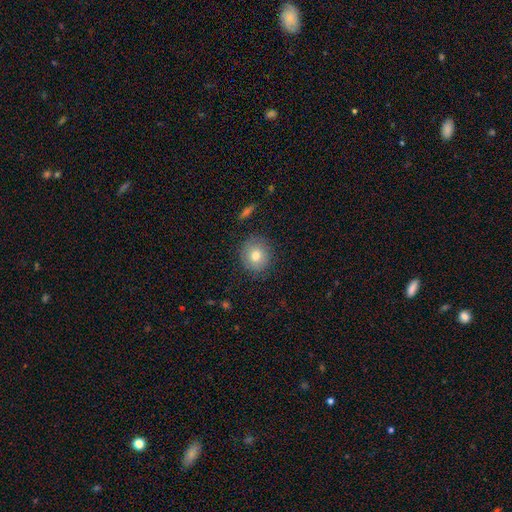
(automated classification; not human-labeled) smooth 76%, featured or disk 14%, star or artifact 10%. Down the decision tree: how rounded — round (89%); merging — none (86%).